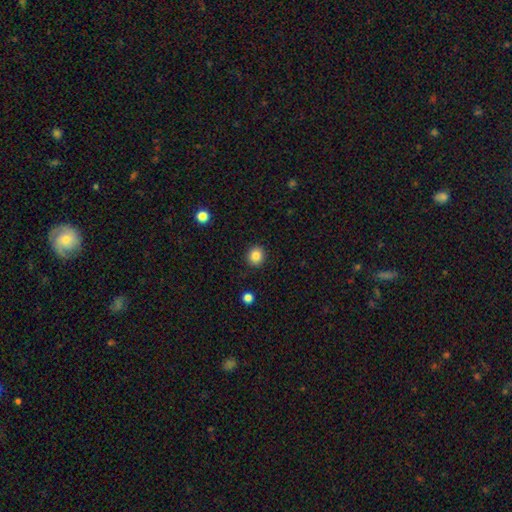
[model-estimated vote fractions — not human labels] smooth-or-featured: smooth: 85% | star or artifact: 10% | featured or disk: 4%
  how-rounded: round: 84% | in between: 15% | cigar-shaped: 1%
  merging: none: 91% | minor disturbance: 6% | major disturbance: 2% | merger: 1%